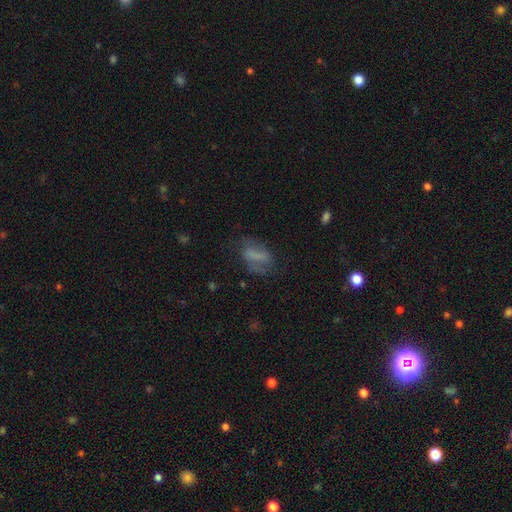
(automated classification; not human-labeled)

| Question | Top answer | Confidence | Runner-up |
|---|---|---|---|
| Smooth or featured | smooth | 51% | featured or disk (37%) |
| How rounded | in between | 76% | cigar-shaped (15%) |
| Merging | none | 55% | minor disturbance (24%) |